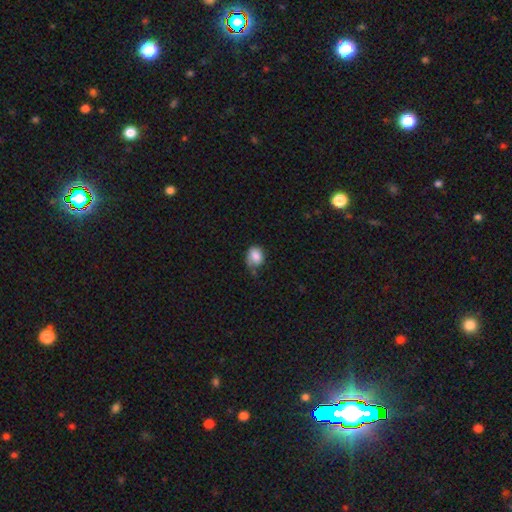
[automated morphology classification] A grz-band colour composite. It shows a smooth galaxy with no disk features (83%) that is round (50%). Merging: none (45%).